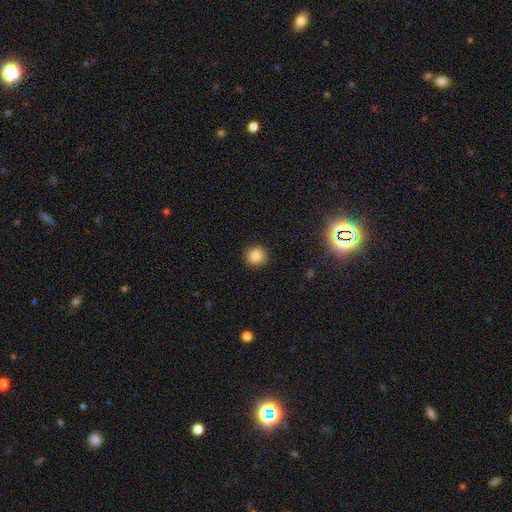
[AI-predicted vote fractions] smooth 82%, star or artifact 11%, featured or disk 6%. Down the decision tree: how rounded — round (91%); merging — none (91%).